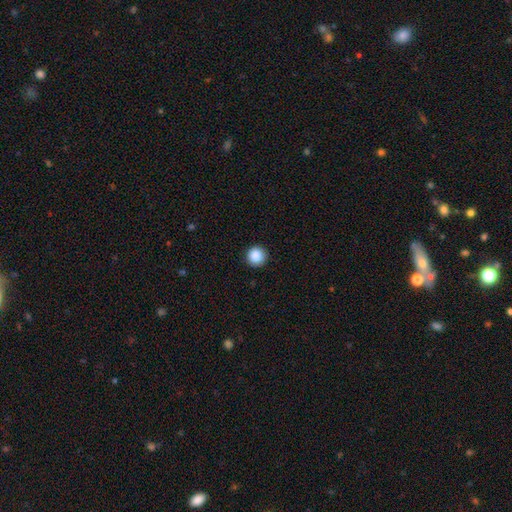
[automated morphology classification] Smooth or featured?
  - smooth: 88% *
  - star or artifact: 9%
  - featured or disk: 3%
How rounded?
  - round: 96% *
  - in between: 3%
  - cigar-shaped: 1%
Merging?
  - none: 92% *
  - minor disturbance: 5%
  - major disturbance: 2%
  - merger: 1%